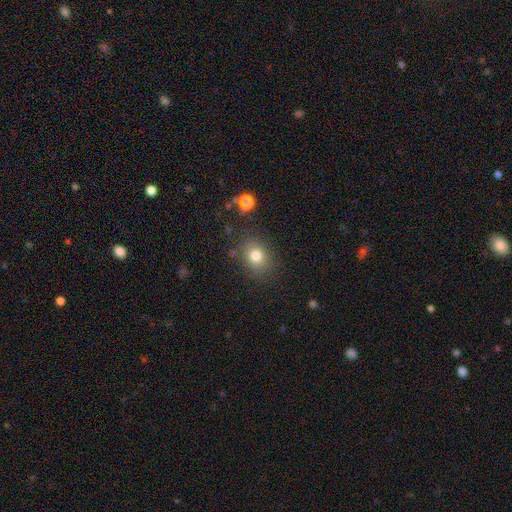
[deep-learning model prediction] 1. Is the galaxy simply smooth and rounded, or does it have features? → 78% smooth, 13% star or artifact, 9% featured or disk.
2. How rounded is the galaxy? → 59% round, 40% in between, 1% cigar-shaped.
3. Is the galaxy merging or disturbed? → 81% none, 12% minor disturbance, 4% major disturbance, 3% merger.